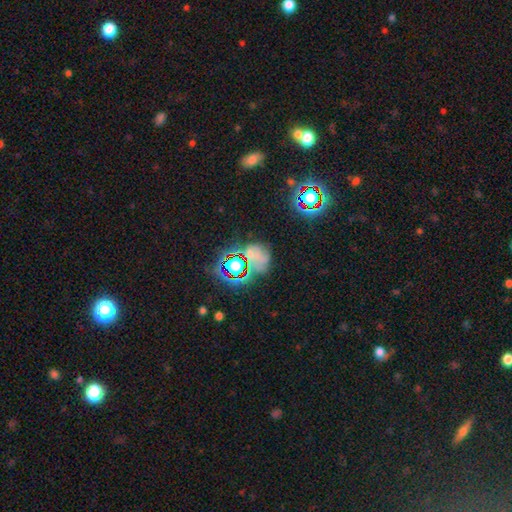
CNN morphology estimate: This appears to be a star or artifact, not a galaxy (51%).